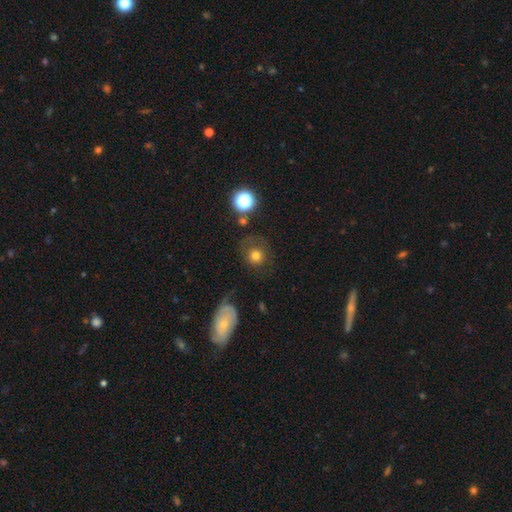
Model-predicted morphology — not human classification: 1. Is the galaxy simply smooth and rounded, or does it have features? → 70% smooth, 17% featured or disk, 13% star or artifact.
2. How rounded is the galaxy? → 87% round, 12% in between, 1% cigar-shaped.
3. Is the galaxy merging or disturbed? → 61% none, 18% minor disturbance, 17% major disturbance, 5% merger.